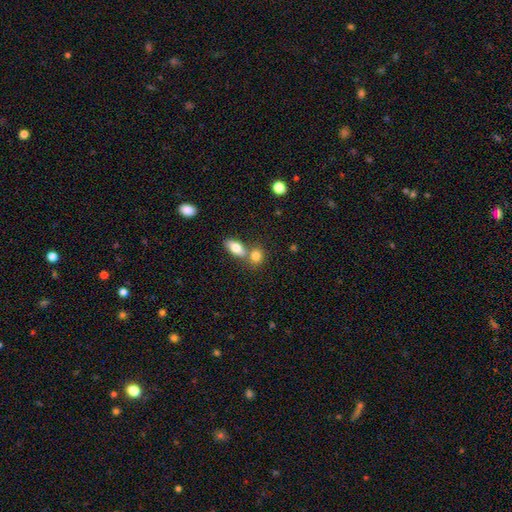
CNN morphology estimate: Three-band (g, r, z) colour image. It shows a smooth galaxy with no disk features (81%) that is in between round and cigar-shaped (59%). Merging: merger (50%).